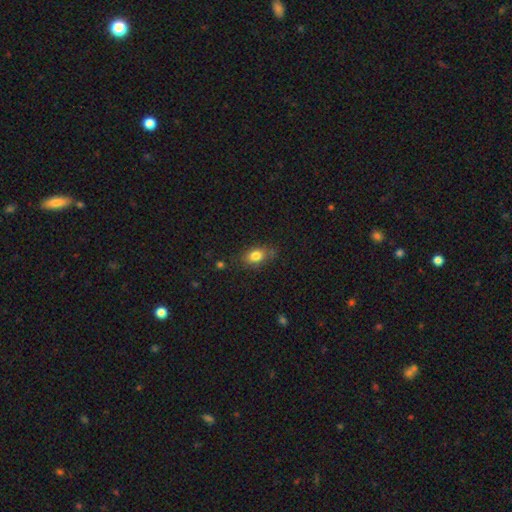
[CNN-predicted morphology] Q: Smooth or featured?
A: smooth (82%); runner-up: featured or disk (9%)
Q: How rounded?
A: in between (80%); runner-up: round (17%)
Q: Merging?
A: none (74%); runner-up: minor disturbance (19%)